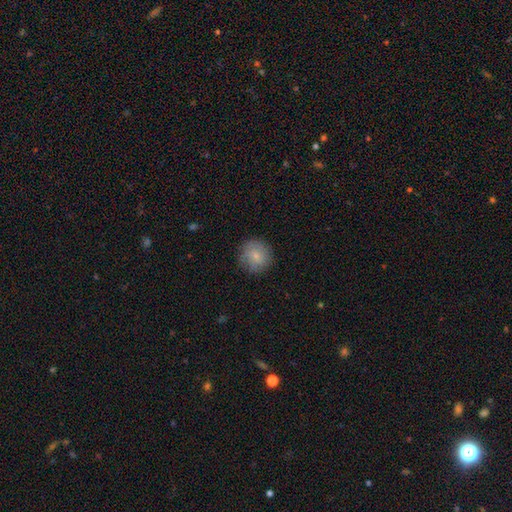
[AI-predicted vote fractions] Smooth or featured? smooth (73%)
How rounded? round (91%)
Merging? none (80%)